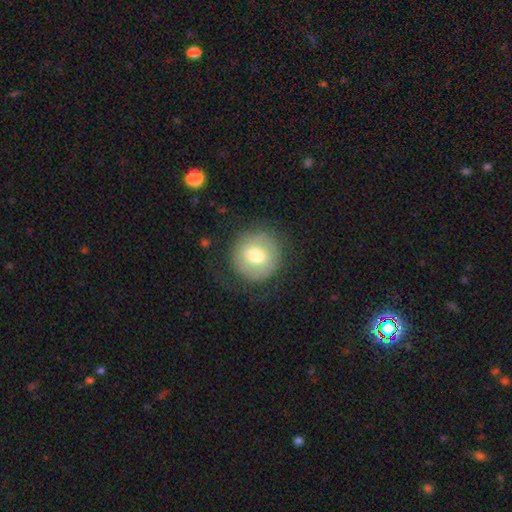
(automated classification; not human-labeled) Morphology: type=smooth (68%); roundness=round (93%); merging=none (74%).